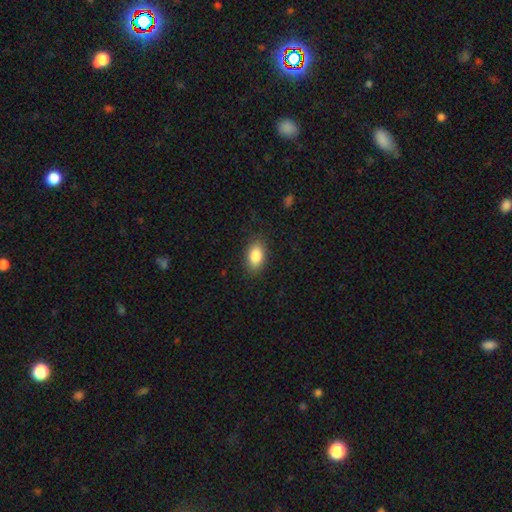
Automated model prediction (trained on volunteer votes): A smooth galaxy with no disk features (85%) that is in between round and cigar-shaped (90%). Merging: none (86%).